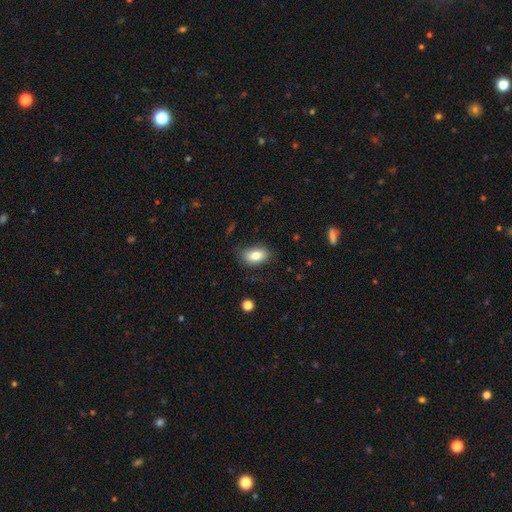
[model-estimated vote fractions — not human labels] This is clearly a smooth galaxy (83%). How rounded: clearly in between (89%). Merging: likely none (77%).